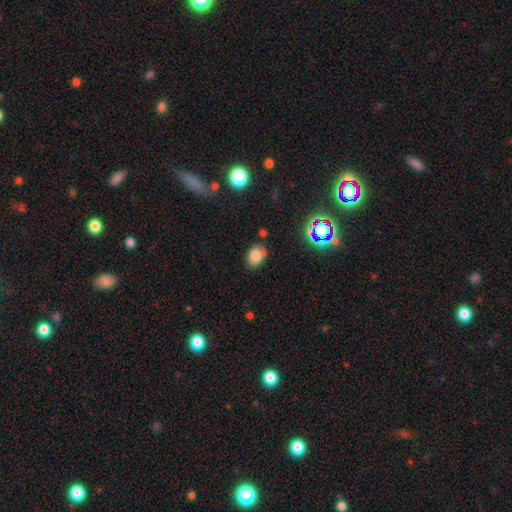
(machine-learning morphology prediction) Overall: smooth (80%). How rounded: in between (68%; round 31%). Merging: none (78%).